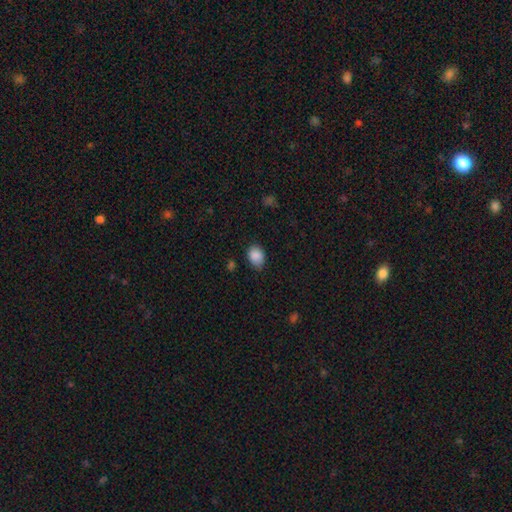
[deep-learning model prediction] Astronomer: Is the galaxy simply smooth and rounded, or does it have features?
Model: smooth — 88%.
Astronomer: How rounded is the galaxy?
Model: in between — 67%.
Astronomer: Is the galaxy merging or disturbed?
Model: none — 73%.